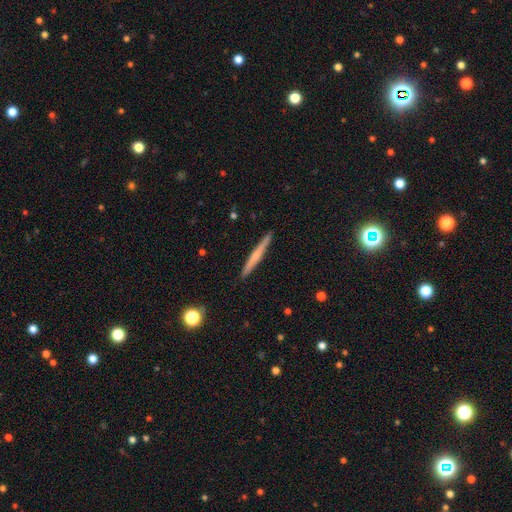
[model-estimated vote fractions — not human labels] This appears to be a smooth galaxy with no disk features (48%). Merging: none (92%).